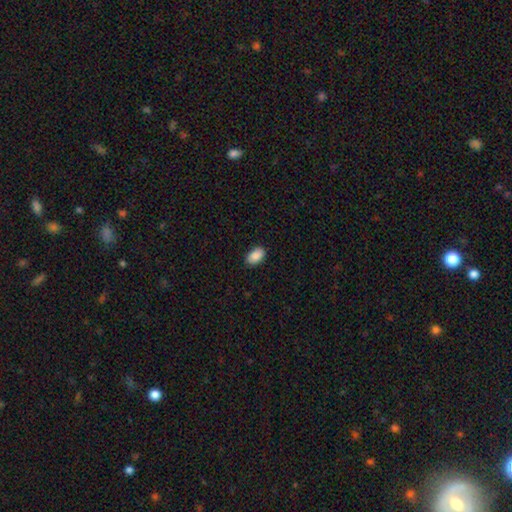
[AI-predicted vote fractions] Overall: smooth (90%). How rounded: in between (93%). Merging: none (88%).